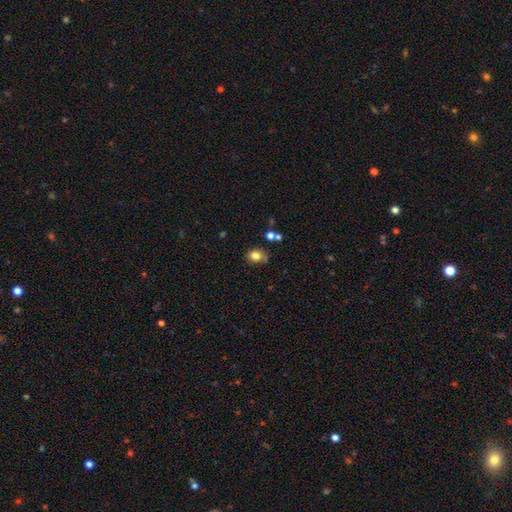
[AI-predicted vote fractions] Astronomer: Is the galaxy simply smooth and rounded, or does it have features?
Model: smooth — 79%.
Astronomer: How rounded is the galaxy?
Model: round — 50% (runner-up: in between, 49%).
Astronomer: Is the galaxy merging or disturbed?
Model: none — 67%.